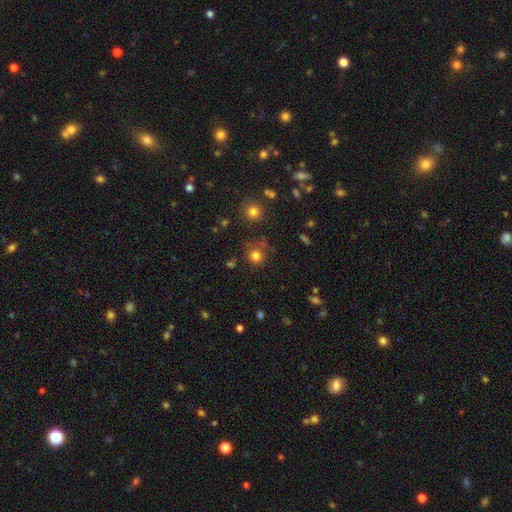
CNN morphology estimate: Smooth or featured? smooth (78%)
How rounded? round (88%)
Merging? none (70%)